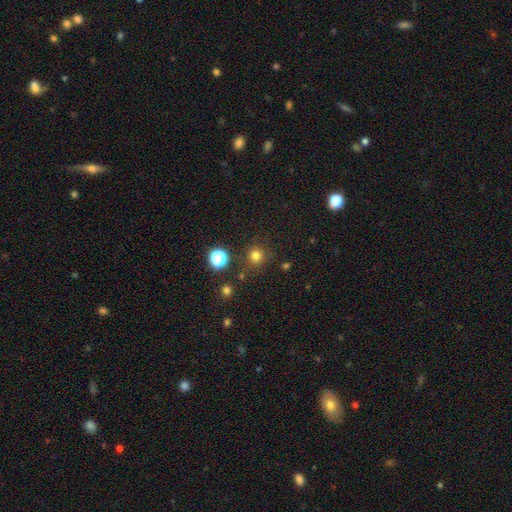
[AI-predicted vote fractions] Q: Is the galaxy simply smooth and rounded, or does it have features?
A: smooth — 76%.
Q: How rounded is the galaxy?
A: round — 93%.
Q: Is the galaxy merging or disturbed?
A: none — 85%.